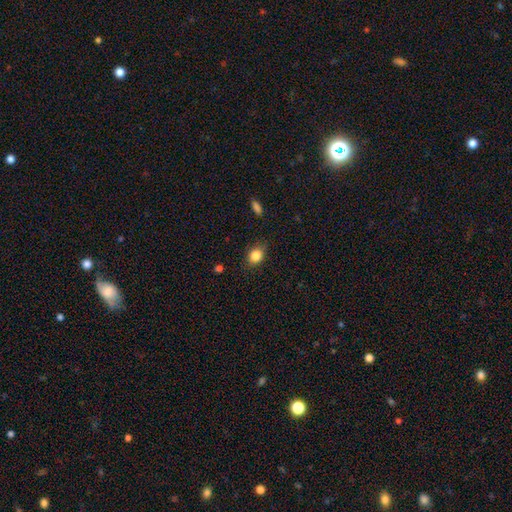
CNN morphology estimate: Overall: smooth (84%). How rounded: in between (64%; round 35%). Merging: none (80%).